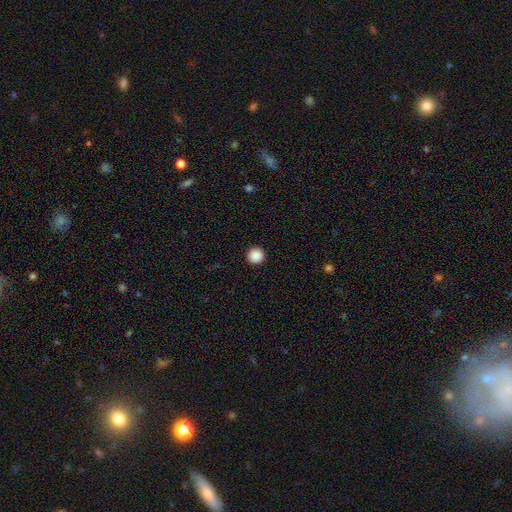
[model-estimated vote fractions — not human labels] This is clearly a smooth galaxy (89%). How rounded: clearly round (97%). Merging: clearly none (94%).